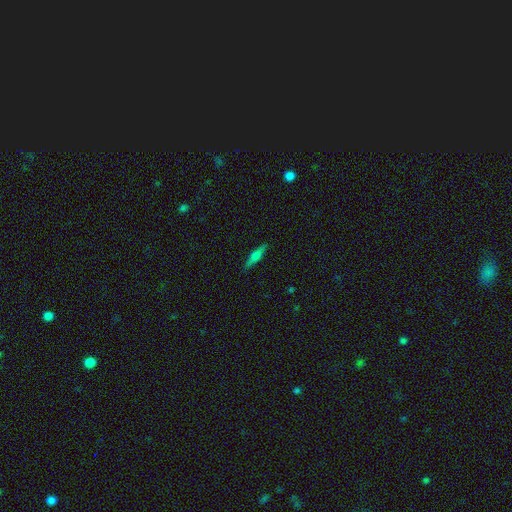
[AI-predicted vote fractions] Smooth or featured?
  - featured or disk: 52% *
  - smooth: 40%
  - star or artifact: 8%
Edge-on disk?
  - yes: 95% *
  - no: 5%
Merging?
  - none: 88% *
  - minor disturbance: 9%
  - major disturbance: 2%
  - merger: 1%